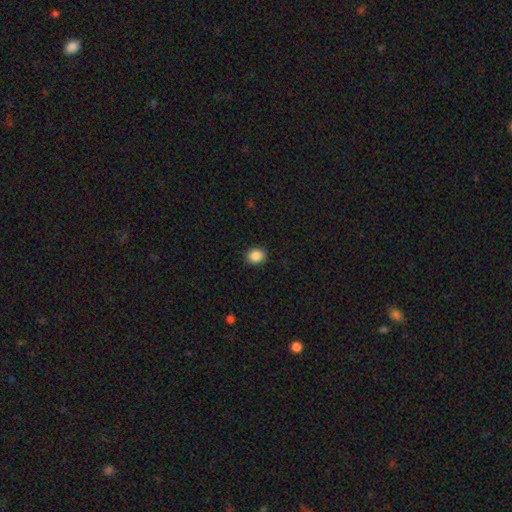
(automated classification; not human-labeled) Q: Smooth or featured?
A: smooth (88%); runner-up: star or artifact (10%)
Q: How rounded?
A: round (75%); runner-up: in between (24%)
Q: Merging?
A: none (90%); runner-up: minor disturbance (7%)